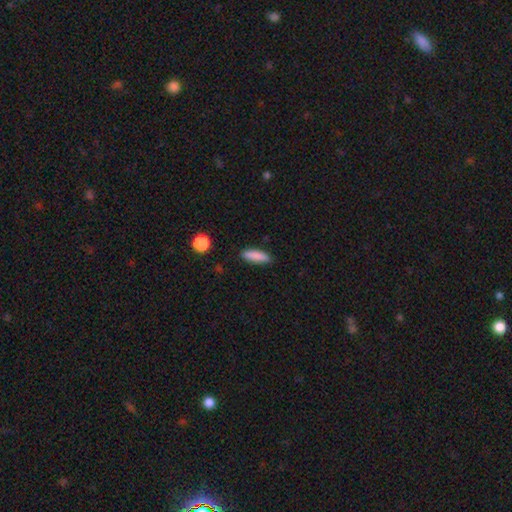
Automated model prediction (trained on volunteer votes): Smooth or featured?
  - smooth: 87% *
  - star or artifact: 7%
  - featured or disk: 6%
How rounded?
  - cigar-shaped: 60% *
  - in between: 38%
  - round: 2%
Merging?
  - none: 87% *
  - minor disturbance: 9%
  - major disturbance: 2%
  - merger: 2%